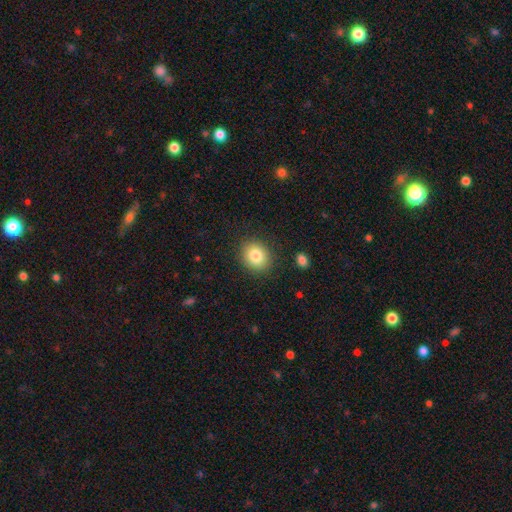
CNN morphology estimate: Smooth or featured? smooth (82%)
How rounded? round (64%)
Merging? none (88%)